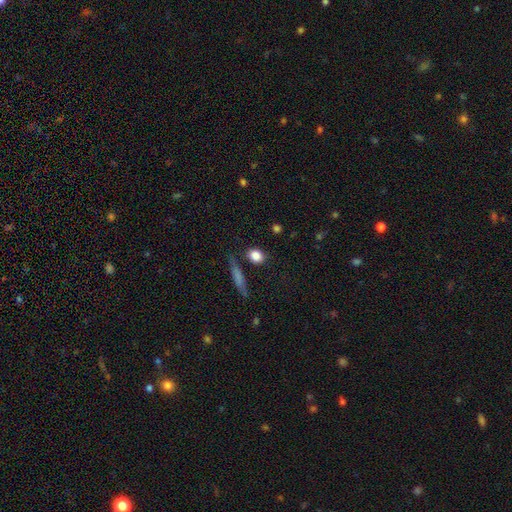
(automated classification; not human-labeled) Smooth or featured? smooth (84%)
How rounded? round (51%)
Merging? none (80%)